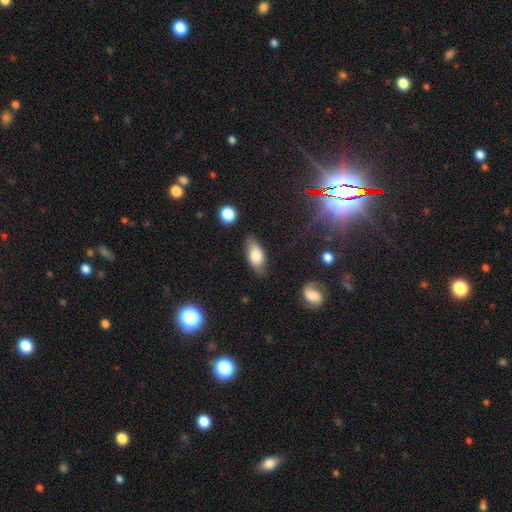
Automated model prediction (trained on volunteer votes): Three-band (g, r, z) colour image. It shows a smooth galaxy with no disk features (77%) that is in between round and cigar-shaped (88%). Merging: none (76%).